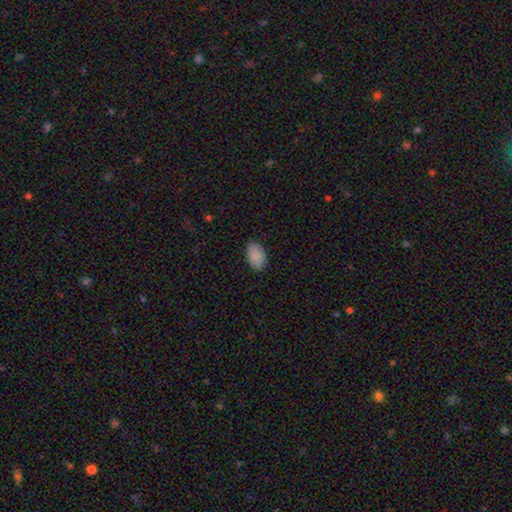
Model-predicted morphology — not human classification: Smooth or featured: smooth — 90% (star or artifact — 7%)
How rounded: in between — 93% (round — 6%)
Merging: none — 88% (minor disturbance — 10%)